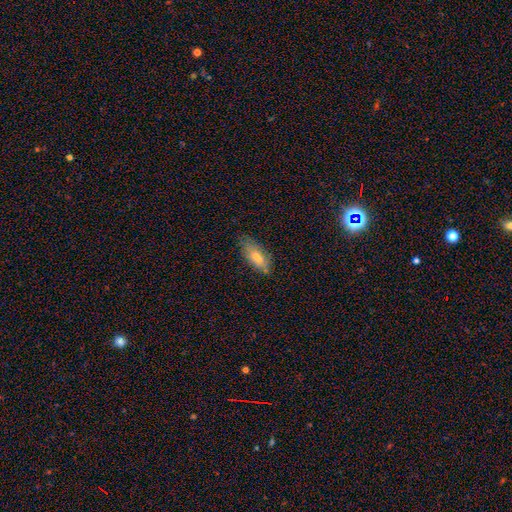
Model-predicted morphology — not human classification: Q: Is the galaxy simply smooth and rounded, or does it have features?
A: smooth — 66%.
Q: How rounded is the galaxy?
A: in between — 76%.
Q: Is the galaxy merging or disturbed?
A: none — 75%.